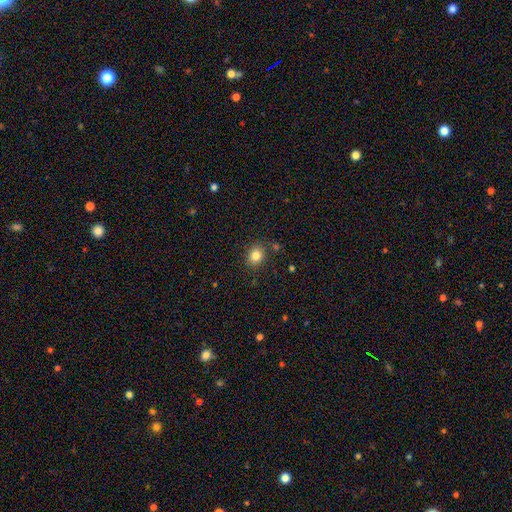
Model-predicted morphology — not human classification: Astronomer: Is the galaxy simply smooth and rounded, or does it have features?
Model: smooth — 83%.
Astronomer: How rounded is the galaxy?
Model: round — 67%.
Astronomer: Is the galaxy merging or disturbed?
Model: none — 83%.